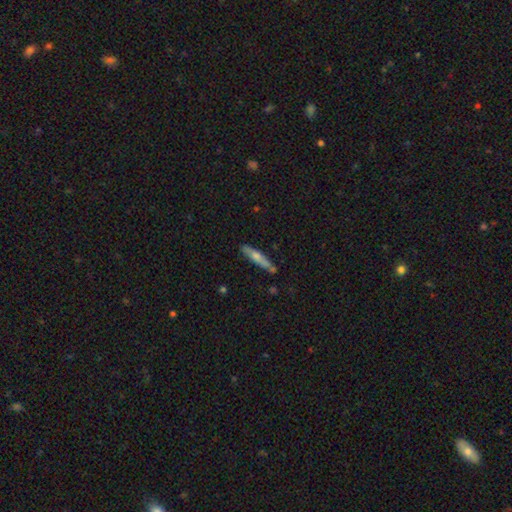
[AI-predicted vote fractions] Smooth or featured: smooth — 54% (featured or disk — 39%)
How rounded: cigar-shaped — 89% (in between — 9%)
Merging: none — 78% (minor disturbance — 14%)